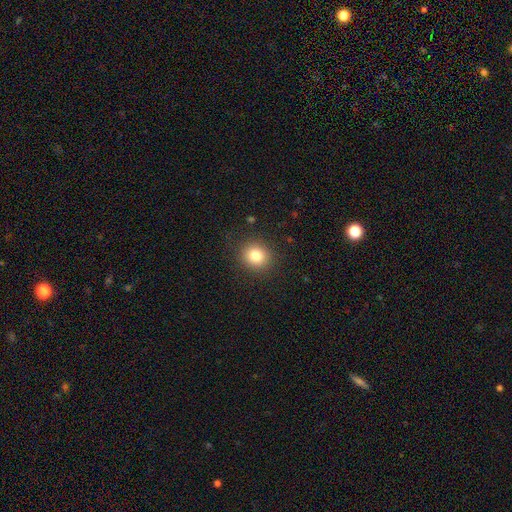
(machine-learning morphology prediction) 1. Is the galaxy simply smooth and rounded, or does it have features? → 82% smooth, 11% star or artifact, 7% featured or disk.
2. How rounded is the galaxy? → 85% round, 14% in between, 1% cigar-shaped.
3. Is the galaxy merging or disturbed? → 89% none, 7% minor disturbance, 3% major disturbance, 1% merger.